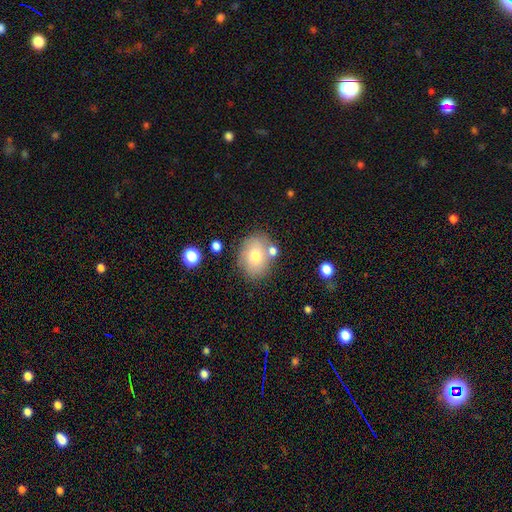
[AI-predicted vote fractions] Overall: smooth (71%). How rounded: in between (51%; round 49%). Merging: none (71%).